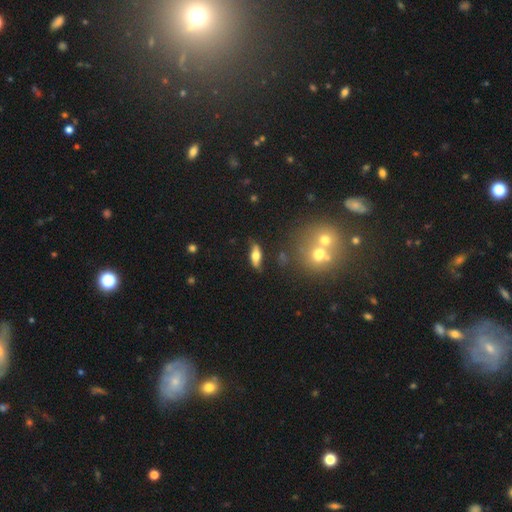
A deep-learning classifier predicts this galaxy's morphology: Overall: smooth (56%; featured or disk 36%). How rounded: in between (64%; cigar-shaped 31%). Merging: none (79%).